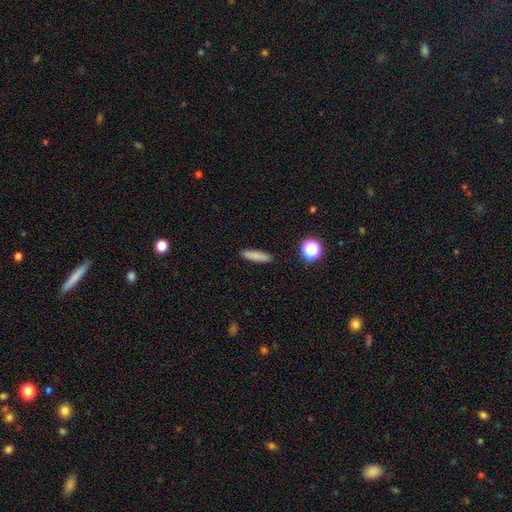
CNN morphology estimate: The model was most divided on "how rounded": cigar-shaped: 77%, in between: 20%, round: 3%. More confident: merging — none (90%); smooth or featured — smooth (82%).